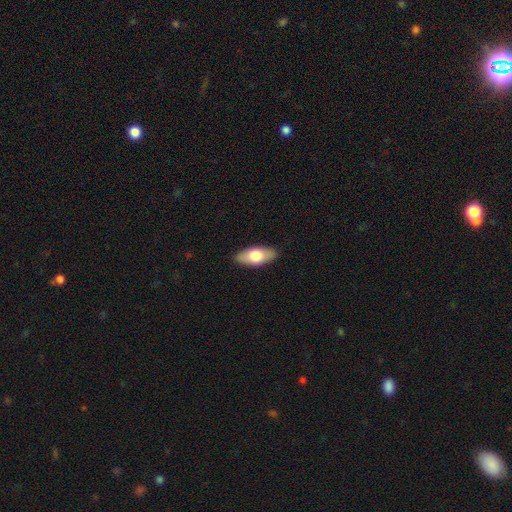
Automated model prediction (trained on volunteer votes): Smooth or featured? smooth (71%)
How rounded? in between (88%)
Merging? none (88%)